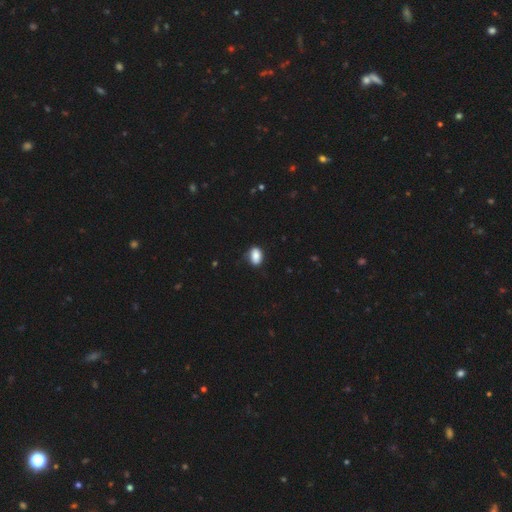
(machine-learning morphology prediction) Q: Smooth or featured?
A: smooth (87%); runner-up: star or artifact (8%)
Q: How rounded?
A: in between (84%); runner-up: round (15%)
Q: Merging?
A: none (78%); runner-up: minor disturbance (18%)